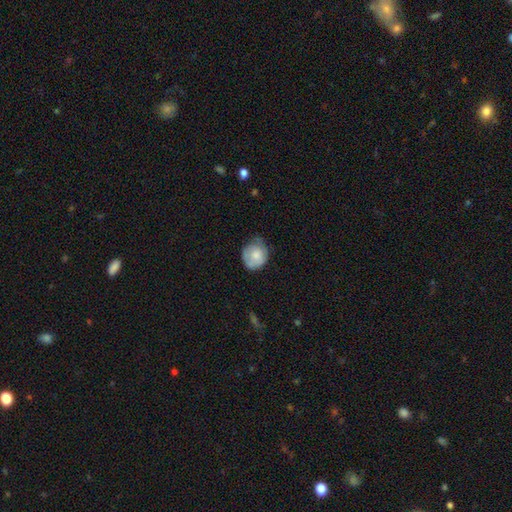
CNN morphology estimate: A smooth galaxy with no disk features (67%) that is round (68%).

Vote fractions:
- Smooth or featured? smooth: 67% / featured or disk: 27% / star or artifact: 7%
- How rounded? round: 68% / in between: 31% / cigar-shaped: 1%
- Merging? none: 51% / minor disturbance: 36% / major disturbance: 11% / merger: 2%